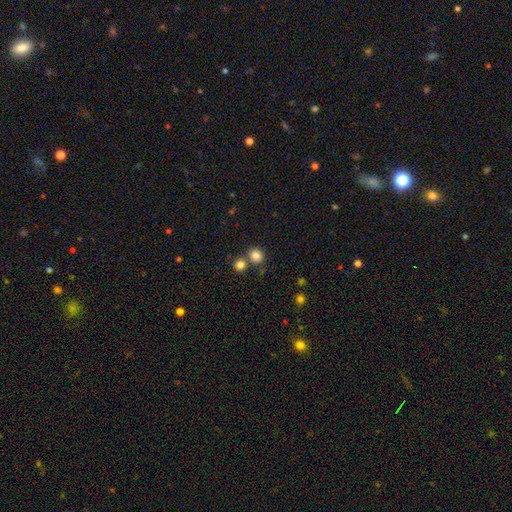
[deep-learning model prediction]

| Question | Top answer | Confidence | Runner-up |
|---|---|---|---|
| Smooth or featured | smooth | 83% | star or artifact (12%) |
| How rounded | round | 86% | in between (13%) |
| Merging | none | 66% | merger (24%) |